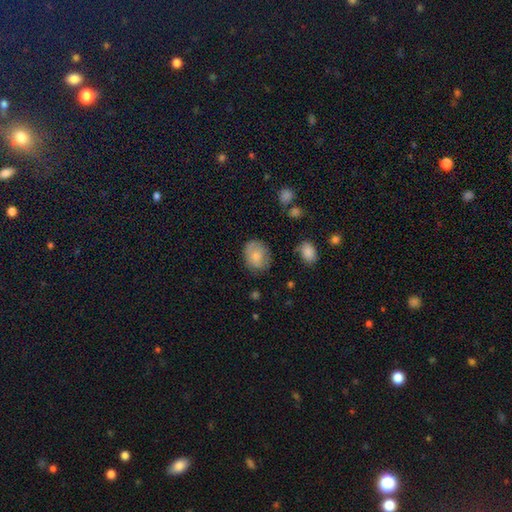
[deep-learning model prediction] This is likely a smooth galaxy (75%). How rounded: possibly in between (52%). Merging: likely none (71%).